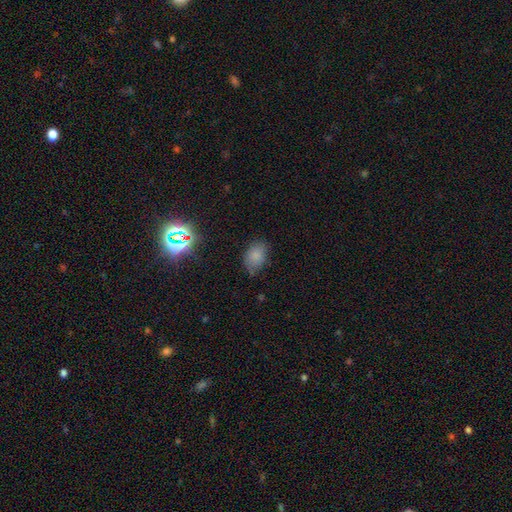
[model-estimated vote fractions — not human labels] This appears to be a smooth galaxy with no disk features (79%) that is in between round and cigar-shaped (81%). Merging: none (70%).